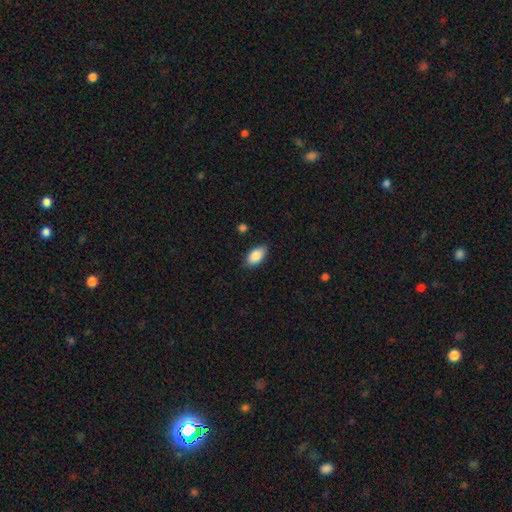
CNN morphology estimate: This appears to be a smooth galaxy with no disk features (86%) that is in between round and cigar-shaped (92%). Merging: none (83%).